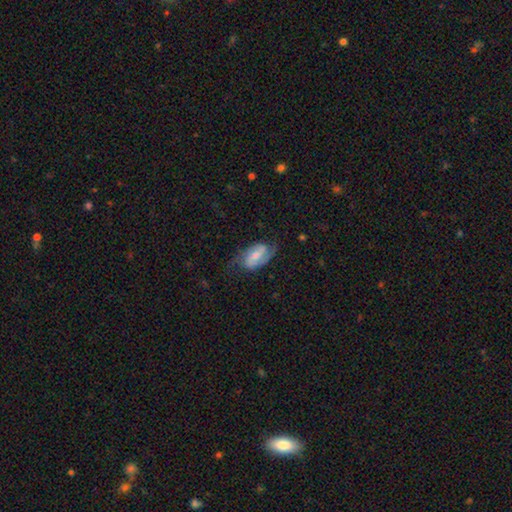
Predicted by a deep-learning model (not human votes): This appears to be a featured or disk galaxy (73%) with a weak bar (45%), 2 (84%) medium (46%) spiral arms (93%) and a small central bulge (42%). Merging: none (67%).